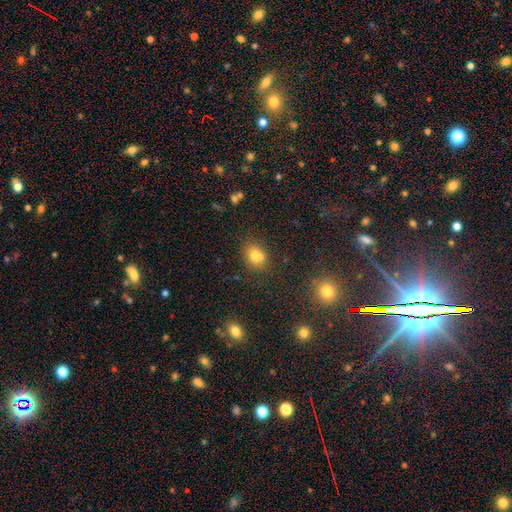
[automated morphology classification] The model was most divided on "how rounded": round: 58%, in between: 40%, cigar-shaped: 1%. More confident: smooth or featured — smooth (75%); merging — none (57%).